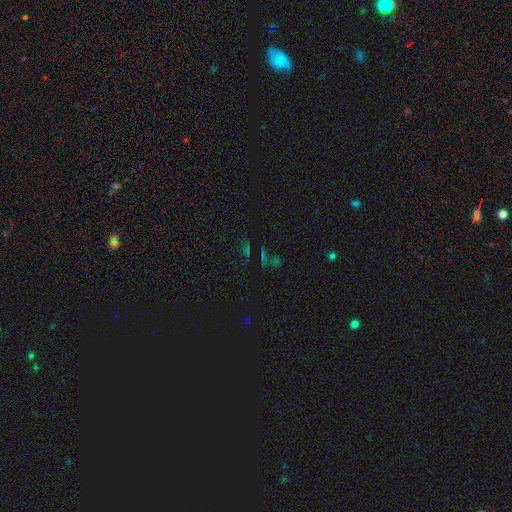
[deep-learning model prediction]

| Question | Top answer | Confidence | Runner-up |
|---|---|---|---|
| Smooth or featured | star or artifact | 61% | smooth (25%) |